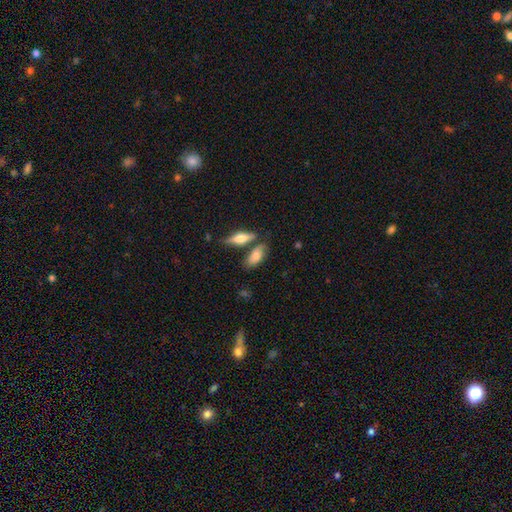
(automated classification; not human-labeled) This is likely a smooth galaxy (77%). How rounded: clearly in between (82%). Merging: possibly none (58%).